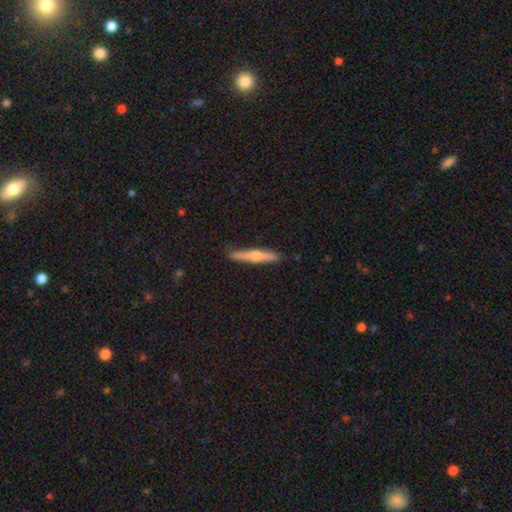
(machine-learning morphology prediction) A featured or disk galaxy (56%) viewed edge-on (96%) with a rounded central bulge (87%). Merging: none (91%).